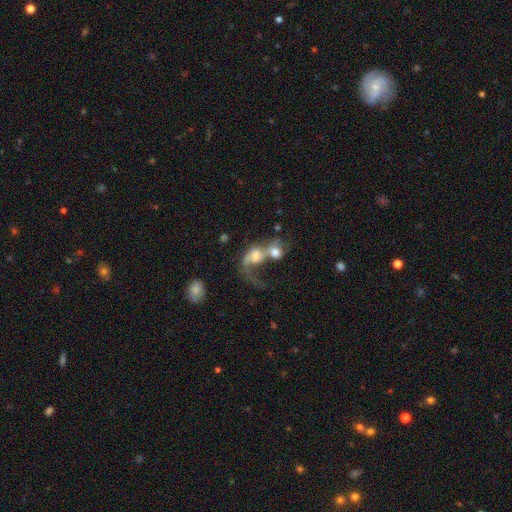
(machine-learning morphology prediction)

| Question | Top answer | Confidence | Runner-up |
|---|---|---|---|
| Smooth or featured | featured or disk | 50% | smooth (40%) |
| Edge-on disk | no | 96% | yes (4%) |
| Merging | merger | 71% | major disturbance (15%) |